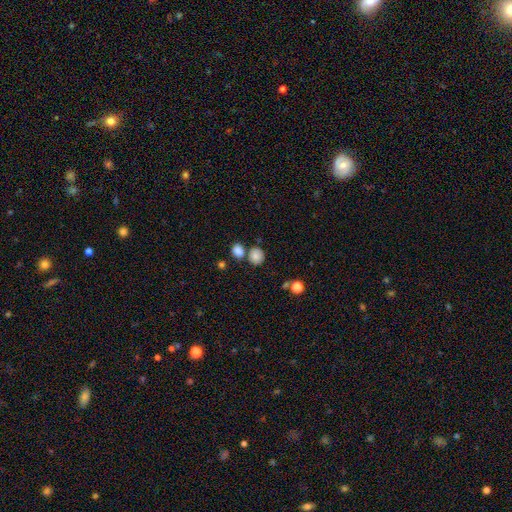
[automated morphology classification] smooth_or_featured: smooth (p=0.84) [alt: star or artifact p=0.10]
how_rounded: round (p=0.80) [alt: in between p=0.19]
merging: none (p=0.65) [alt: merger p=0.22]